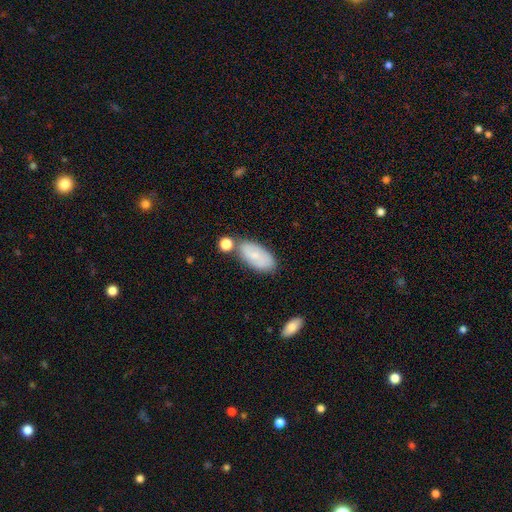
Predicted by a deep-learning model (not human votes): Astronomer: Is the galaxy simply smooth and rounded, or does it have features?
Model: smooth — 65%.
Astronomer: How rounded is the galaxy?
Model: in between — 90%.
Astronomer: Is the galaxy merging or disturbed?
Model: none — 64%.